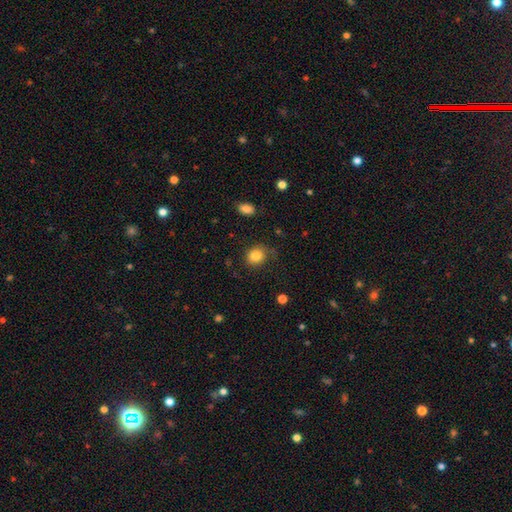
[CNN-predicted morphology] Q: Smooth or featured?
A: smooth (83%); runner-up: star or artifact (9%)
Q: How rounded?
A: round (65%); runner-up: in between (35%)
Q: Merging?
A: none (70%); runner-up: minor disturbance (20%)